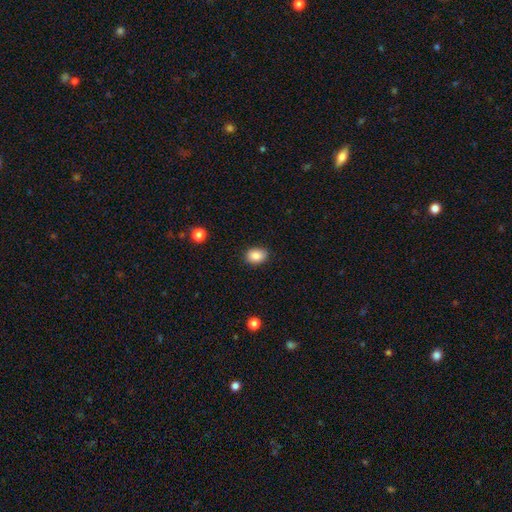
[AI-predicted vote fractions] Overall: smooth (87%). How rounded: in between (72%). Merging: none (86%).